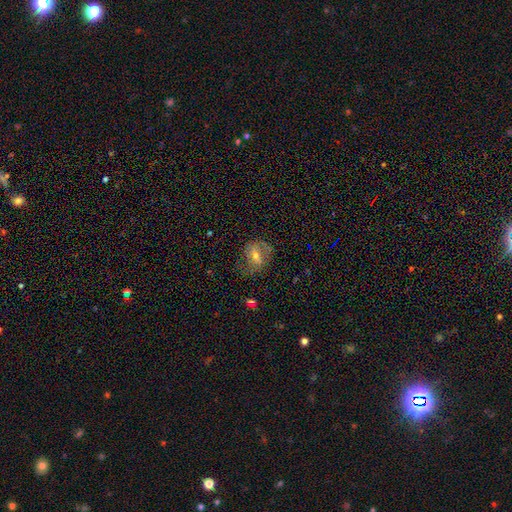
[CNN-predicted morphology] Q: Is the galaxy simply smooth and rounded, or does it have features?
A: featured or disk — 54%.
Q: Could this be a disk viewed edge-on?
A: no — 94%.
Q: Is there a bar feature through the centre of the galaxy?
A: weak — 41%.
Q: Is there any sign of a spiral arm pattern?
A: yes — 63%.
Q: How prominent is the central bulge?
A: moderate — 56%.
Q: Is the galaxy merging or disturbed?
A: none — 61%.